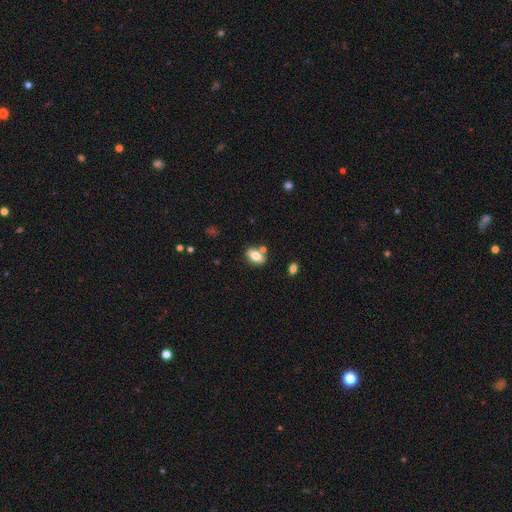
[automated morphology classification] The model was most divided on "merging": none: 68%, merger: 16%, minor disturbance: 13%, major disturbance: 3%. More confident: how rounded — in between (86%); smooth or featured — smooth (79%).